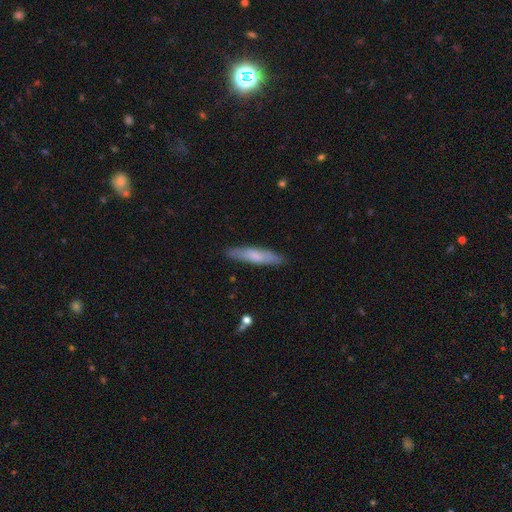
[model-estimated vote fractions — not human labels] Smooth or featured? Predicted: smooth (p=0.65). How rounded? Predicted: cigar-shaped (p=0.86). Merging? Predicted: none (p=0.88).